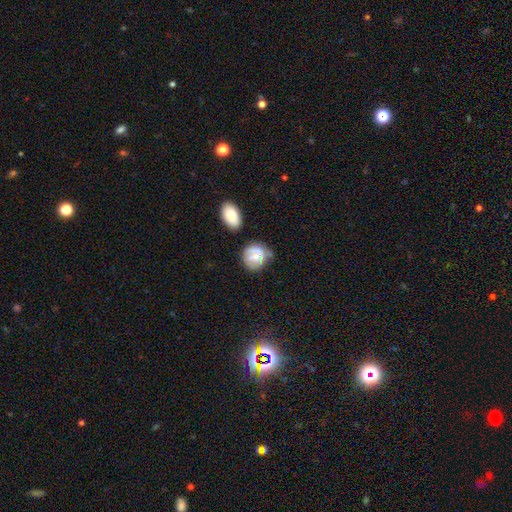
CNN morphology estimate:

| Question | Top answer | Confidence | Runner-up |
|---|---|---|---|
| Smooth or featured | smooth | 53% | featured or disk (39%) |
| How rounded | round | 71% | in between (28%) |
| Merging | none | 55% | minor disturbance (26%) |